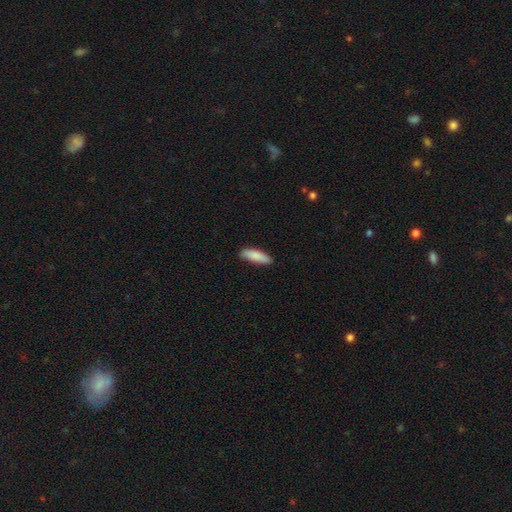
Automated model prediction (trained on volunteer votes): A smooth galaxy with no disk features (88%) that is in between round and cigar-shaped (55%). Merging: none (85%).